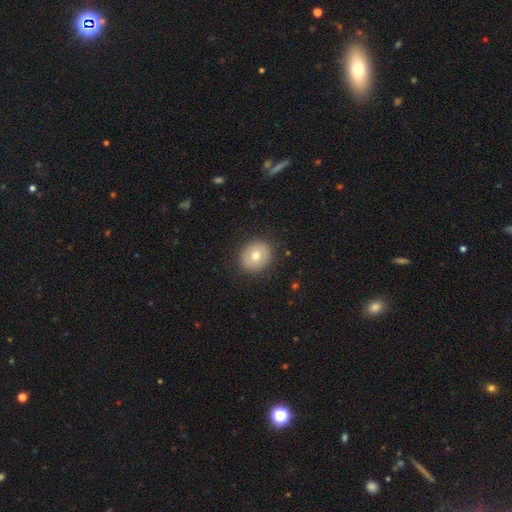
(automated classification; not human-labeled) The model was most divided on "how rounded": round: 75%, in between: 24%, cigar-shaped: 1%. More confident: merging — none (89%); smooth or featured — smooth (71%).